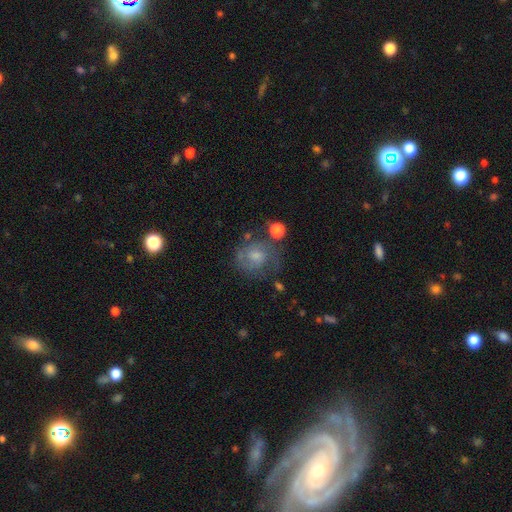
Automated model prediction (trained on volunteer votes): Overall: featured or disk (58%; smooth 27%). Edge-on disk: no (97%). Bar: no (65%; weak 30%). Spiral arms: yes (83%). Bulge size: moderate (41%; small 40%). Merging: none (66%).